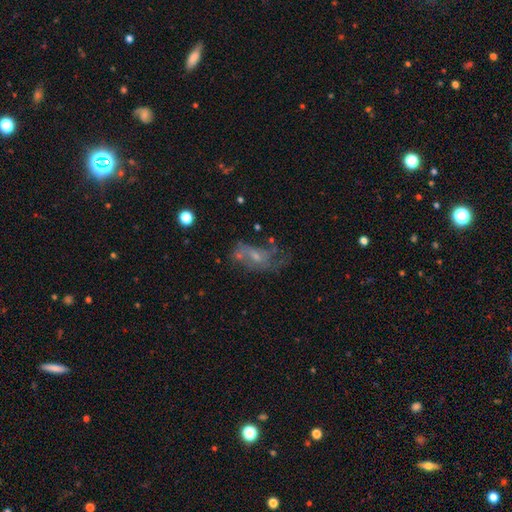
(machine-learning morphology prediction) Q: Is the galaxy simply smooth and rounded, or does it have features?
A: featured or disk — 59%.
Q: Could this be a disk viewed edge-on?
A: no — 93%.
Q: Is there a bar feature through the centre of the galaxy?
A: no — 64%.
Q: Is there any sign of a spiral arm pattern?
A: yes — 57%.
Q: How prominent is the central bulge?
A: small — 56%.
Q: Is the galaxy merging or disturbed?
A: none — 43%.